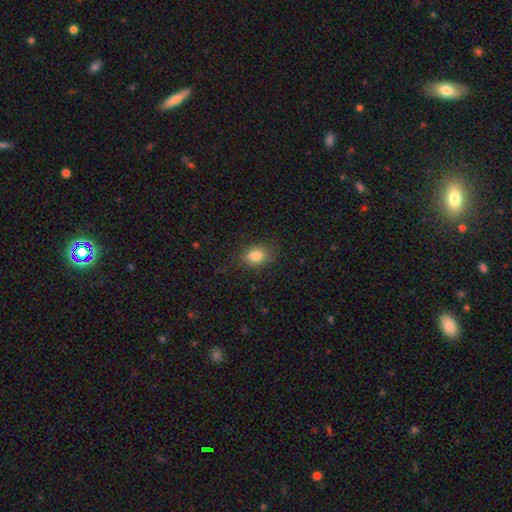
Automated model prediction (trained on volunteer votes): smooth_or_featured: smooth (p=0.83) [alt: star or artifact p=0.10]
how_rounded: in between (p=0.64) [alt: round p=0.34]
merging: none (p=0.77) [alt: minor disturbance p=0.16]